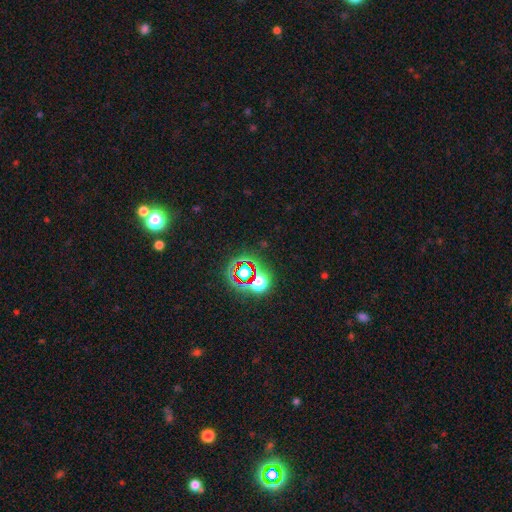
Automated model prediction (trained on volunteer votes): smooth_or_featured: star or artifact (p=0.78) [alt: smooth p=0.13]